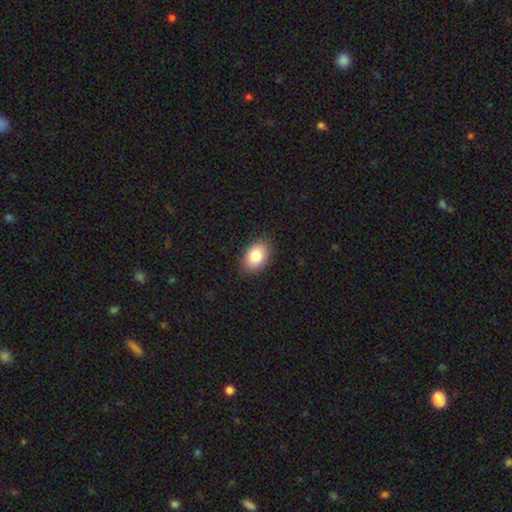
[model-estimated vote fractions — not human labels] smooth 83%, featured or disk 9%, star or artifact 8%. Down the decision tree: how rounded — in between (82%); merging — none (86%).